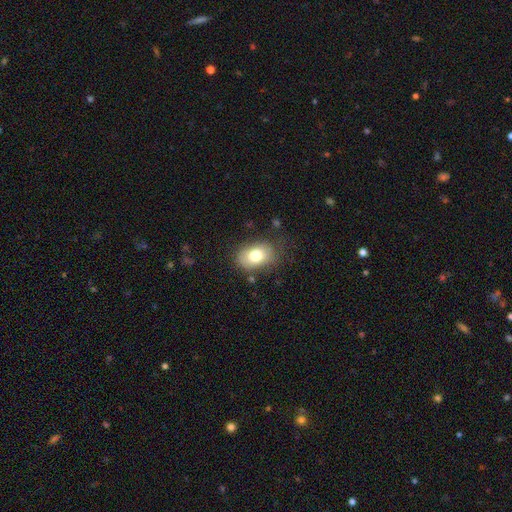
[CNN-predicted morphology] smooth 77%, featured or disk 15%, star or artifact 9%. Down the decision tree: how rounded — in between (81%); merging — none (72%).